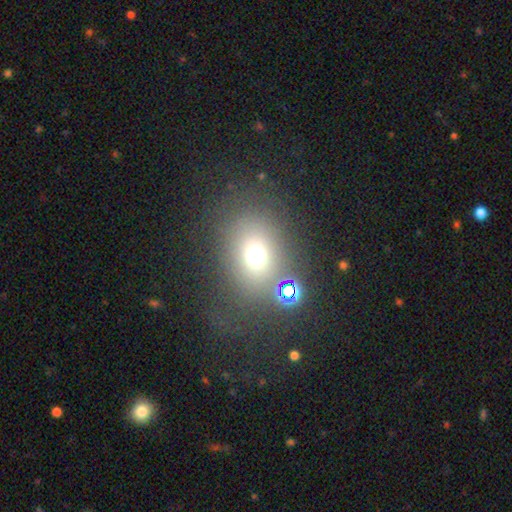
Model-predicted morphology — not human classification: A smooth galaxy with no disk features (65%) that is round (59%).

Vote fractions:
- Smooth or featured? smooth: 65% / star or artifact: 24% / featured or disk: 12%
- How rounded? round: 59% / in between: 40% / cigar-shaped: 1%
- Merging? none: 70% / minor disturbance: 12% / major disturbance: 9% / merger: 9%